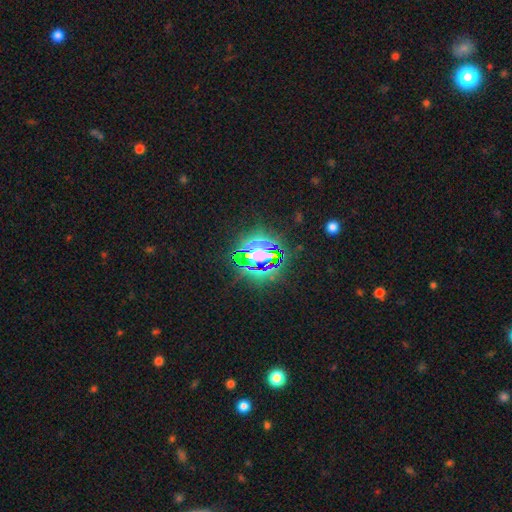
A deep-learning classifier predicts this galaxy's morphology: A star or artifact, not a galaxy (69%).